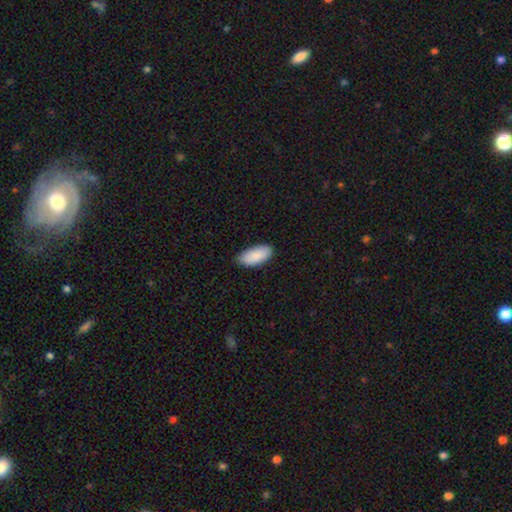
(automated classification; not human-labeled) Overall: smooth (89%). How rounded: in between (93%). Merging: none (79%).